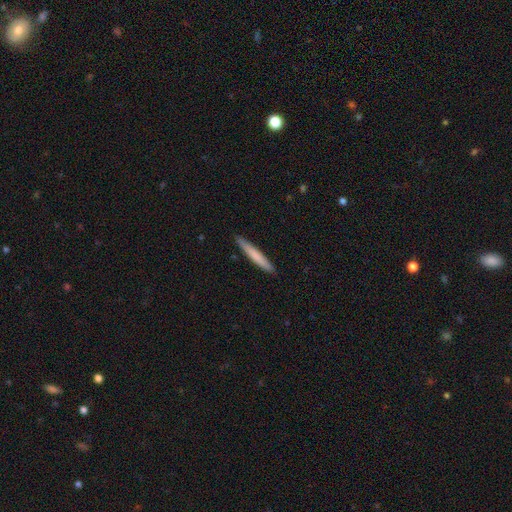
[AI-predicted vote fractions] Q: Smooth or featured?
A: smooth (73%); runner-up: featured or disk (22%)
Q: How rounded?
A: cigar-shaped (96%); runner-up: in between (3%)
Q: Merging?
A: none (90%); runner-up: minor disturbance (7%)